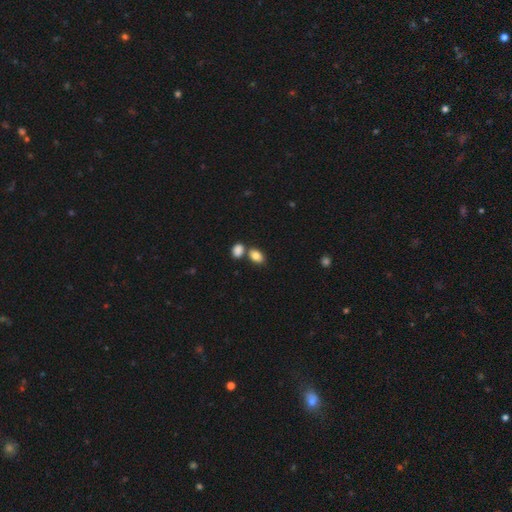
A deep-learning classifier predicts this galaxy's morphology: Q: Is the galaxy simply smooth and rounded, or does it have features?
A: smooth — 84%.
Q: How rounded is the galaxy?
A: in between — 83%.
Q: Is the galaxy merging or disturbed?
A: none — 58%.